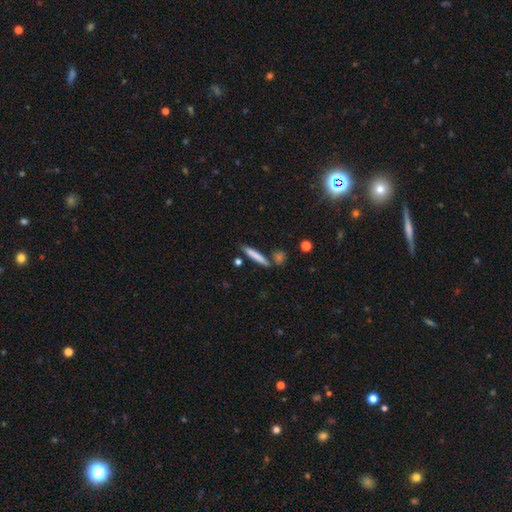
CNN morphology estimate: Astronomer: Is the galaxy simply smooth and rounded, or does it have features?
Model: smooth — 75%.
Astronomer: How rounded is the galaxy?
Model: cigar-shaped — 92%.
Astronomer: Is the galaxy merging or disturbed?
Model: none — 79%.